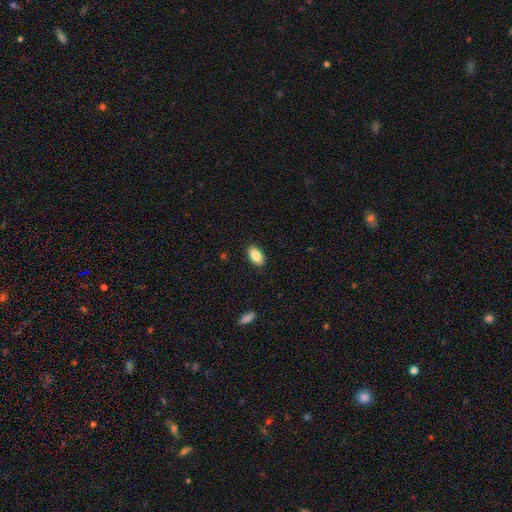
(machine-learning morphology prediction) The model was most divided on "smooth or featured": smooth: 85%, featured or disk: 8%, star or artifact: 7%. More confident: how rounded — in between (93%); merging — none (89%).